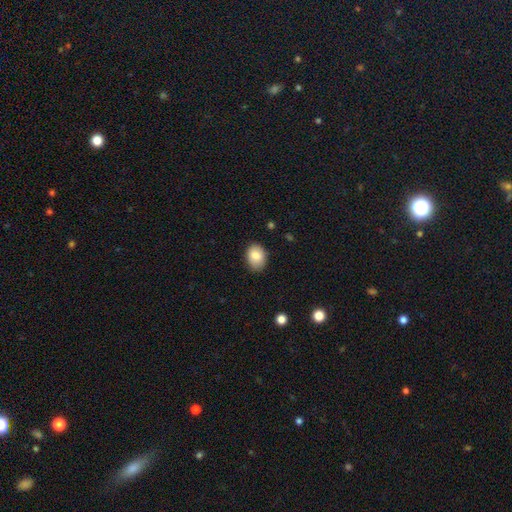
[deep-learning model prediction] Smooth or featured: smooth — 84% (featured or disk — 8%)
How rounded: in between — 72% (round — 27%)
Merging: none — 82% (minor disturbance — 15%)